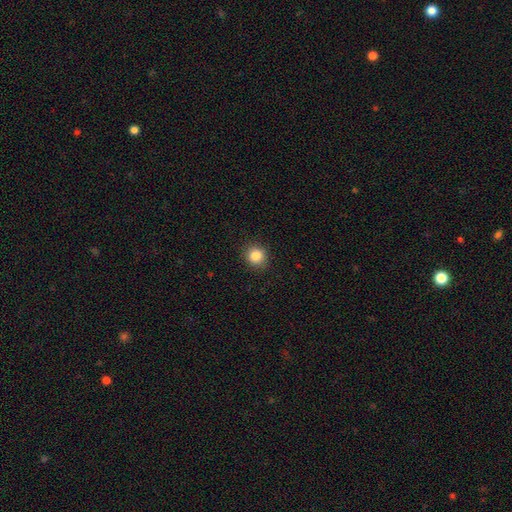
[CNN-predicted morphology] Smooth or featured: smooth — 84% (star or artifact — 11%)
How rounded: round — 88% (in between — 11%)
Merging: none — 91% (minor disturbance — 6%)